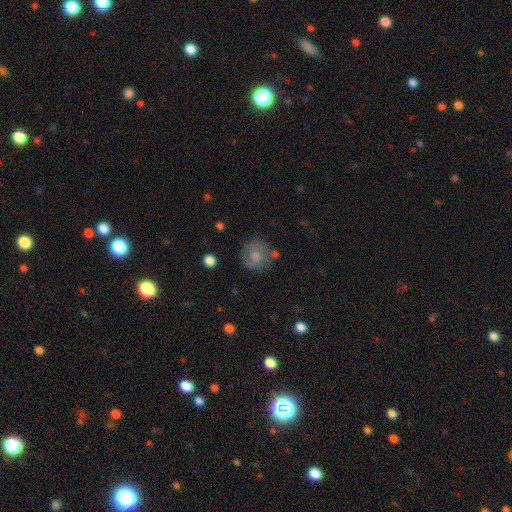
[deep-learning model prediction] The model was most divided on "smooth or featured": smooth: 63%, featured or disk: 28%, star or artifact: 9%. More confident: how rounded — round (87%); merging — none (68%).